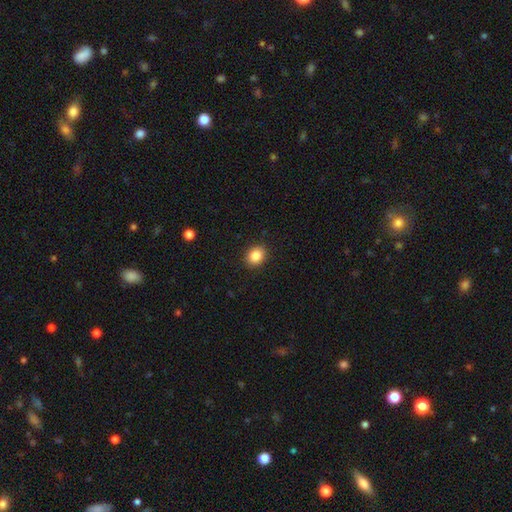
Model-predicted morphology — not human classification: This appears to be a smooth galaxy with no disk features (86%) that is round (60%). Merging: none (90%).